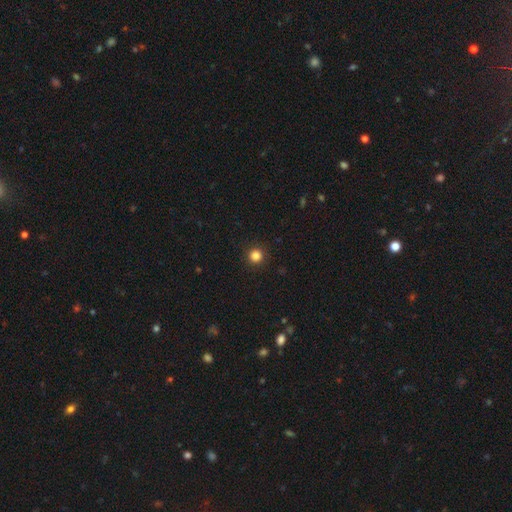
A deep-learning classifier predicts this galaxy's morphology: A smooth galaxy with no disk features (84%) that is round (95%).

Vote fractions:
- Smooth or featured? smooth: 84% / star or artifact: 12% / featured or disk: 4%
- How rounded? round: 95% / in between: 4% / cigar-shaped: 1%
- Merging? none: 92% / minor disturbance: 5% / major disturbance: 2% / merger: 1%